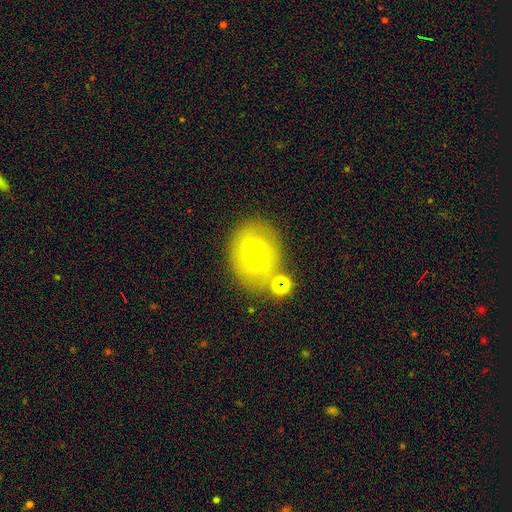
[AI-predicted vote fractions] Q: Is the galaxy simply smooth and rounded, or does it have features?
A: smooth — 47%.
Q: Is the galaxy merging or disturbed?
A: none — 71%.